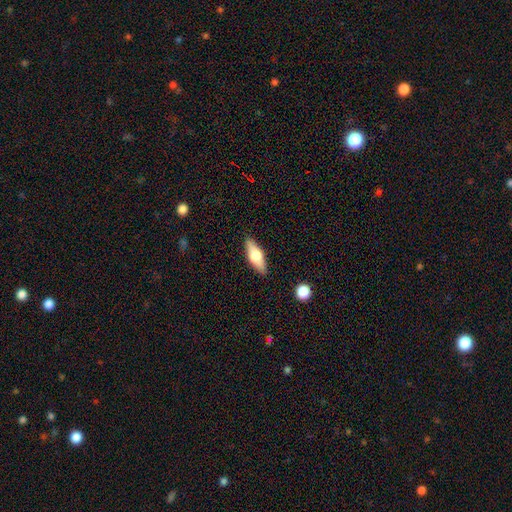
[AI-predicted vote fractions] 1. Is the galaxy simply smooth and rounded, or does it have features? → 53% smooth, 40% featured or disk, 6% star or artifact.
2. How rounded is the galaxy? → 63% in between, 34% cigar-shaped, 3% round.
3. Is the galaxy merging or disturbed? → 88% none, 9% minor disturbance, 2% major disturbance, 1% merger.